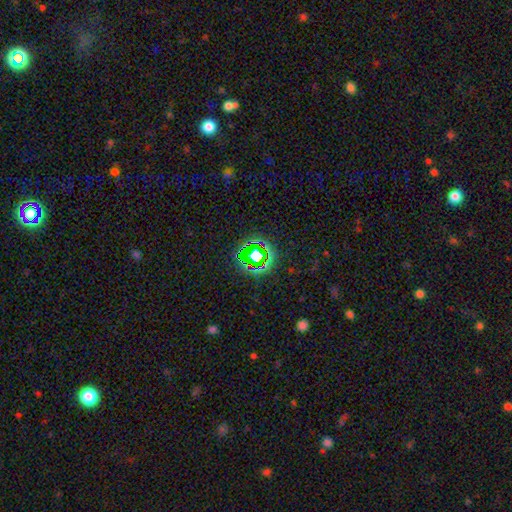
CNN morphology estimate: Smooth or featured?
  - star or artifact: 70% *
  - smooth: 19%
  - featured or disk: 11%